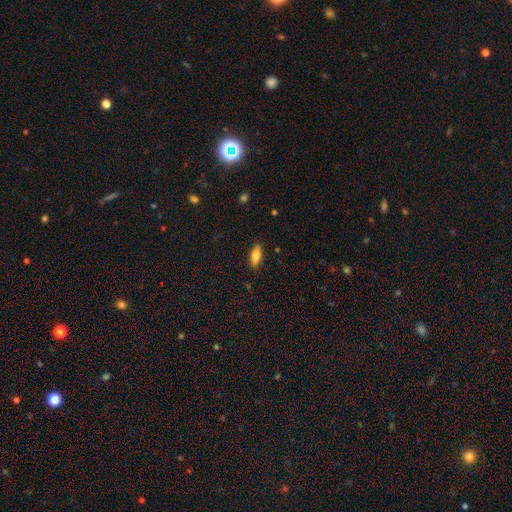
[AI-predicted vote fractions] The model was most divided on "how rounded": in between: 82%, cigar-shaped: 16%, round: 2%. More confident: merging — none (88%); smooth or featured — smooth (80%).